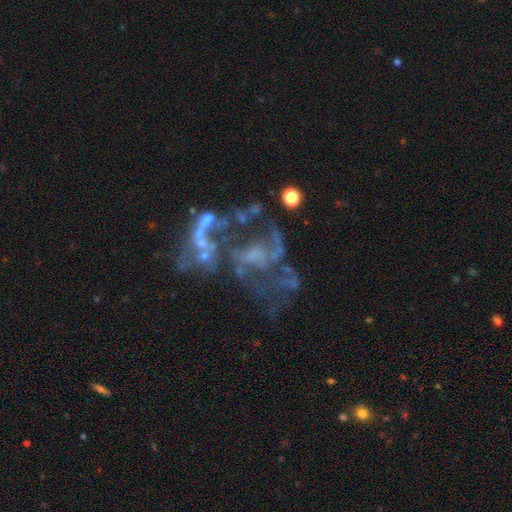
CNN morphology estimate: A featured or disk galaxy (74%) with no bar (72%), no spiral arms (58%) and no central bulge (57%).

Vote fractions:
- Smooth or featured? featured or disk: 74% / star or artifact: 16% / smooth: 10%
- Edge-on disk? no: 97% / yes: 3%
- Bar? no: 72% / weak: 21% / strong: 7%
- Spiral arms? no: 58% / yes: 42%
- Bulge size? none: 57% / small: 23% / moderate: 16% / large: 3% / dominant: 1%
- Merging? major disturbance: 39% / none: 26% / merger: 23% / minor disturbance: 12%